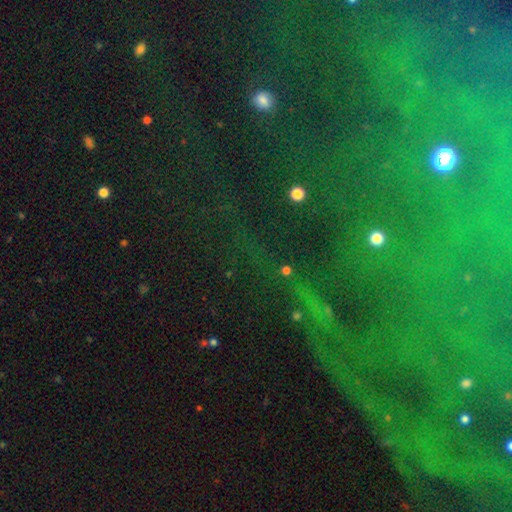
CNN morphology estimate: Smooth or featured? Predicted: star or artifact (p=0.76).